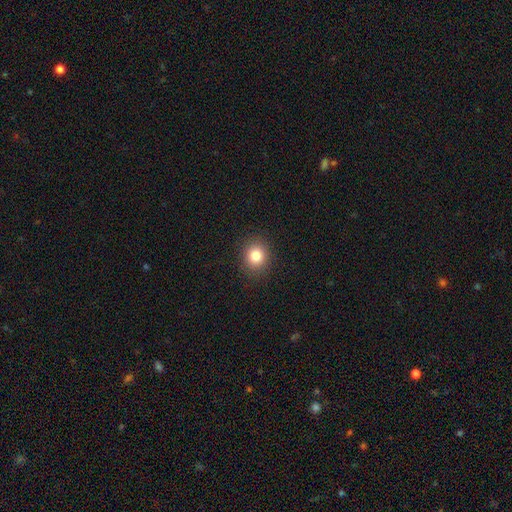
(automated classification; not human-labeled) This appears to be a smooth galaxy with no disk features (83%) that is round (78%). Merging: none (90%).